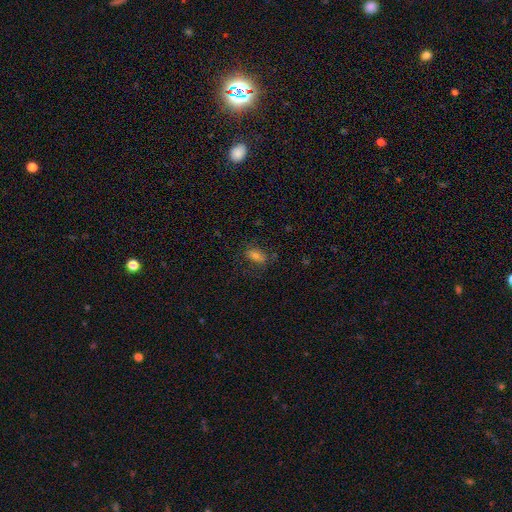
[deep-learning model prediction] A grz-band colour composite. It shows a smooth galaxy with no disk features (66%) that is in between round and cigar-shaped (80%). Merging: none (72%).